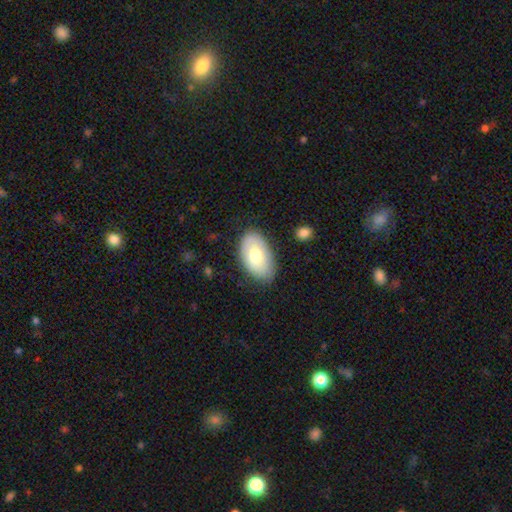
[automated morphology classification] Q: Smooth or featured?
A: smooth (74%); runner-up: featured or disk (20%)
Q: How rounded?
A: in between (95%); runner-up: round (4%)
Q: Merging?
A: none (78%); runner-up: minor disturbance (17%)